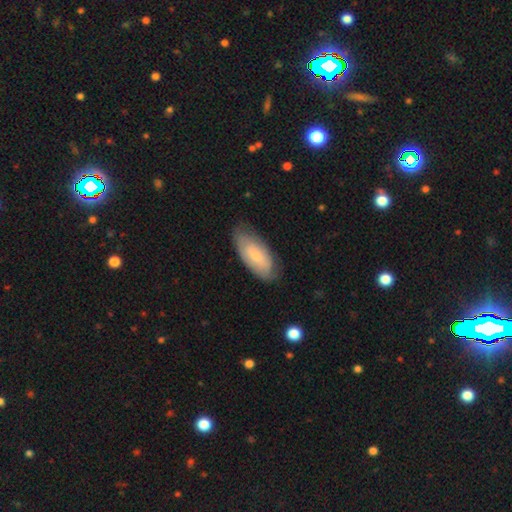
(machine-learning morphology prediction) The model was most divided on "smooth or featured": smooth: 66%, featured or disk: 28%, star or artifact: 6%. More confident: how rounded — in between (88%); merging — none (71%).